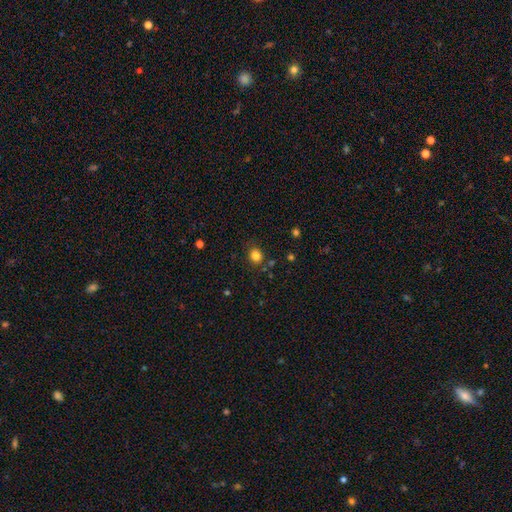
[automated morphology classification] A smooth galaxy with no disk features (82%) that is round (74%).

Vote fractions:
- Smooth or featured? smooth: 82% / star or artifact: 13% / featured or disk: 5%
- How rounded? round: 74% / in between: 25% / cigar-shaped: 1%
- Merging? none: 84% / minor disturbance: 10% / major disturbance: 3% / merger: 3%